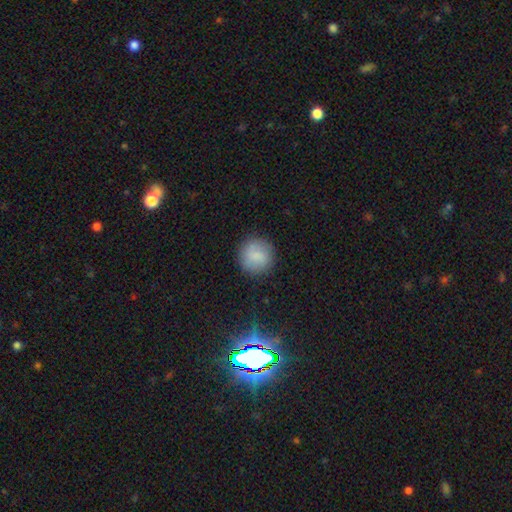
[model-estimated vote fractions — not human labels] Morphology: type=smooth (84%); roundness=round (94%); merging=none (87%).